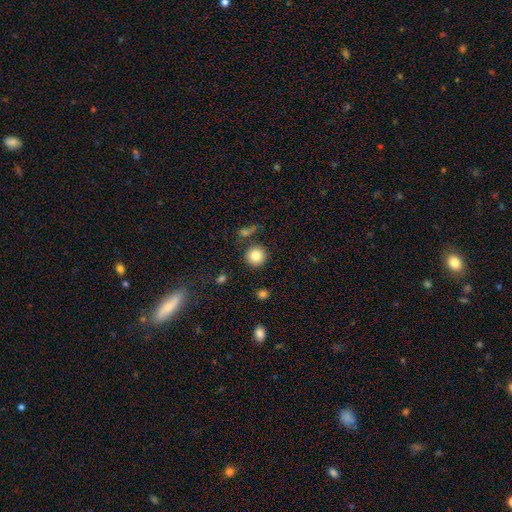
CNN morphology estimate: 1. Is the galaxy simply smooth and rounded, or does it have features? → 84% smooth, 9% star or artifact, 7% featured or disk.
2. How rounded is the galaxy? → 93% round, 6% in between, 1% cigar-shaped.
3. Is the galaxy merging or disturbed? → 84% none, 8% minor disturbance, 5% merger, 3% major disturbance.